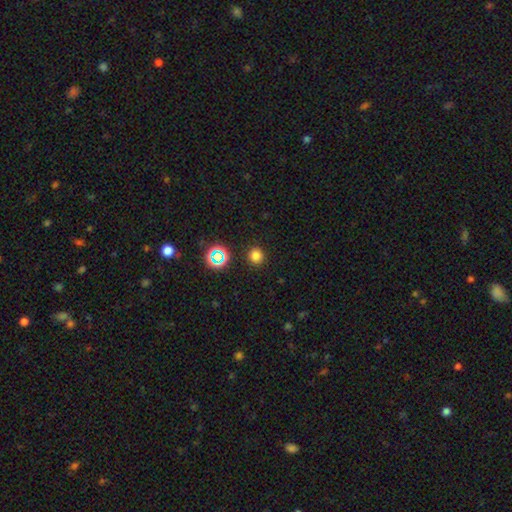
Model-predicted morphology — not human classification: A smooth galaxy with no disk features (77%) that is round (92%).

Vote fractions:
- Smooth or featured? smooth: 77% / star or artifact: 19% / featured or disk: 4%
- How rounded? round: 92% / in between: 7% / cigar-shaped: 1%
- Merging? none: 91% / minor disturbance: 5% / major disturbance: 2% / merger: 1%